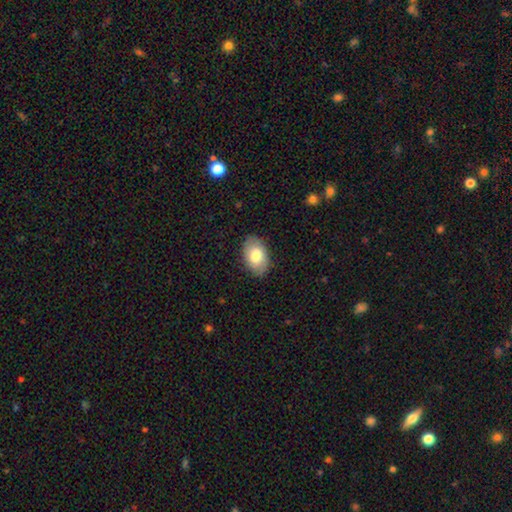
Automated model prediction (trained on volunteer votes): smooth-or-featured: smooth: 76% | featured or disk: 18% | star or artifact: 6%
  how-rounded: in between: 91% | round: 8% | cigar-shaped: 1%
  merging: none: 85% | minor disturbance: 11% | major disturbance: 3% | merger: 1%